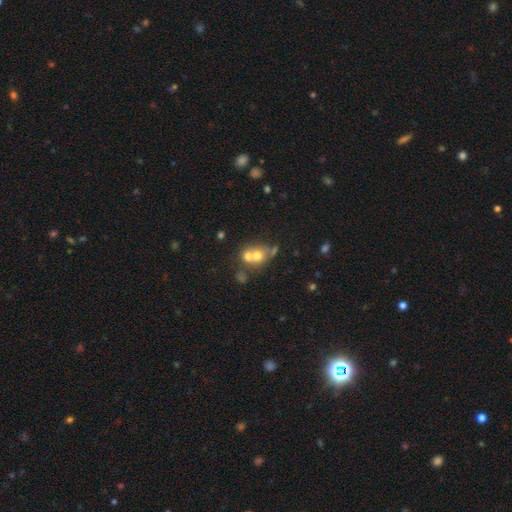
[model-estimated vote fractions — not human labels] smooth-or-featured: smooth: 56% | featured or disk: 26% | star or artifact: 18%
  how-rounded: round: 72% | in between: 27% | cigar-shaped: 1%
  merging: merger: 54% | none: 34% | minor disturbance: 8% | major disturbance: 5%